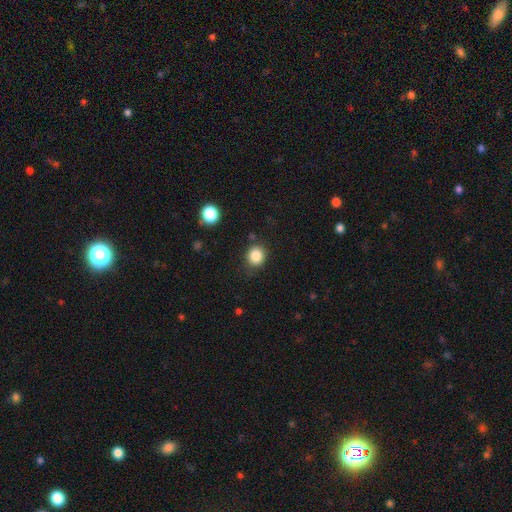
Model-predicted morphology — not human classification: The model was most divided on "how rounded": round: 82%, in between: 18%, cigar-shaped: 1%. More confident: smooth or featured — smooth (86%); merging — none (83%).